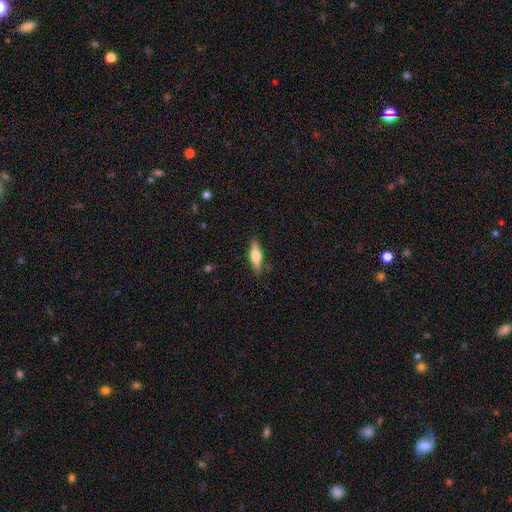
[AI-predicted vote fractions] smooth 50%, featured or disk 43%, star or artifact 6%. Down the decision tree: how rounded — cigar-shaped (58%); merging — none (86%).